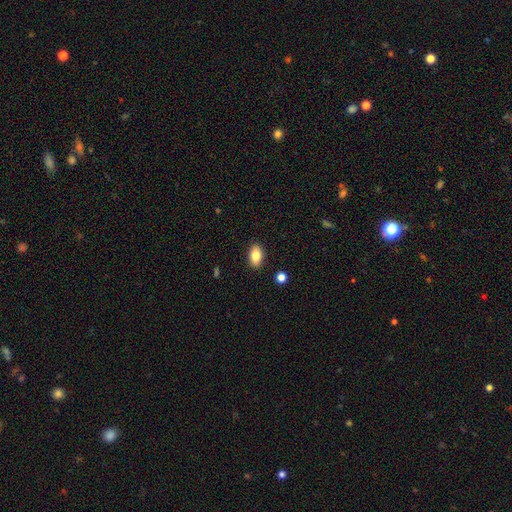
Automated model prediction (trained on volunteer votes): smooth_or_featured: smooth (p=0.83) [alt: featured or disk p=0.10]
how_rounded: in between (p=0.91) [alt: round p=0.07]
merging: none (p=0.89) [alt: minor disturbance p=0.07]